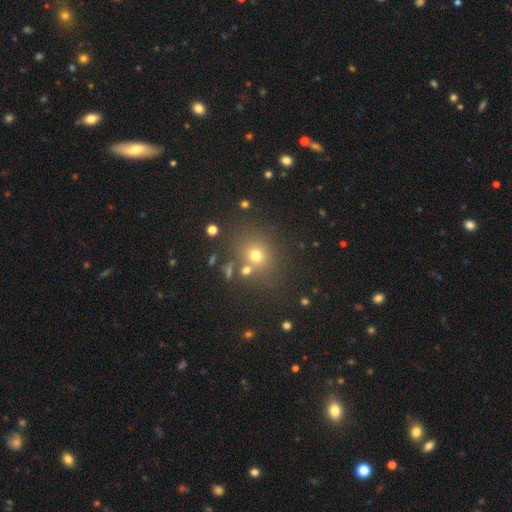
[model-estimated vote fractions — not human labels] smooth 67%, star or artifact 22%, featured or disk 11%. Down the decision tree: how rounded — round (75%); merging — none (74%).